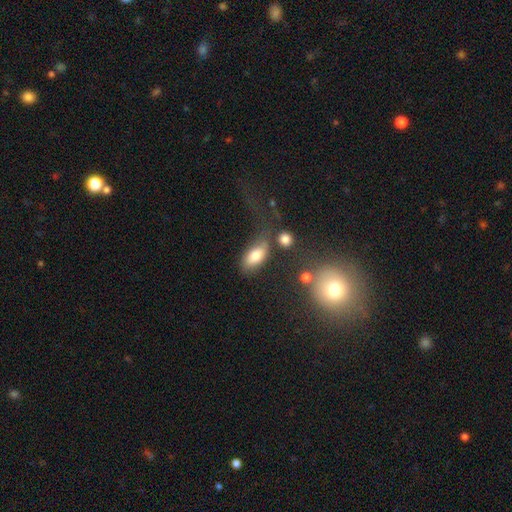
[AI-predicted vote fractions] Q: Smooth or featured?
A: smooth (76%); runner-up: featured or disk (15%)
Q: How rounded?
A: in between (85%); runner-up: cigar-shaped (10%)
Q: Merging?
A: none (56%); runner-up: minor disturbance (21%)